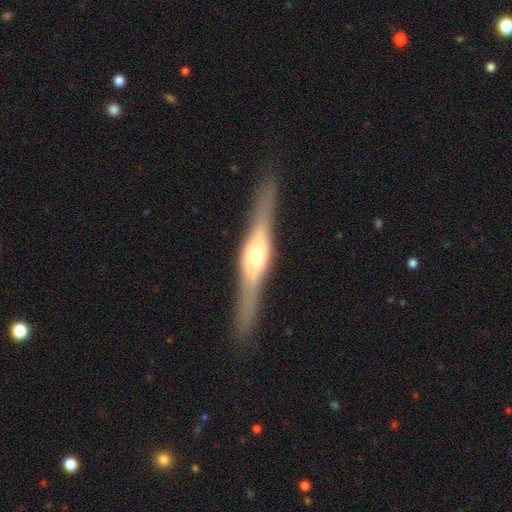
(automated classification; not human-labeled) A featured or disk galaxy (78%) viewed edge-on (96%) with a rounded central bulge (84%).

Vote fractions:
- Smooth or featured? featured or disk: 78% / smooth: 16% / star or artifact: 6%
- Edge-on disk? yes: 96% / no: 4%
- Edge-on bulge? rounded: 84% / boxy: 13% / none: 3%
- Merging? none: 87% / minor disturbance: 9% / major disturbance: 3% / merger: 1%